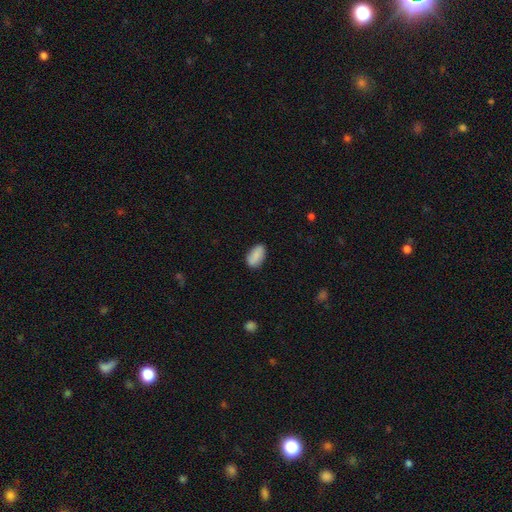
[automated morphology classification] Smooth or featured? Predicted: smooth (p=0.87). How rounded? Predicted: in between (p=0.92). Merging? Predicted: none (p=0.83).